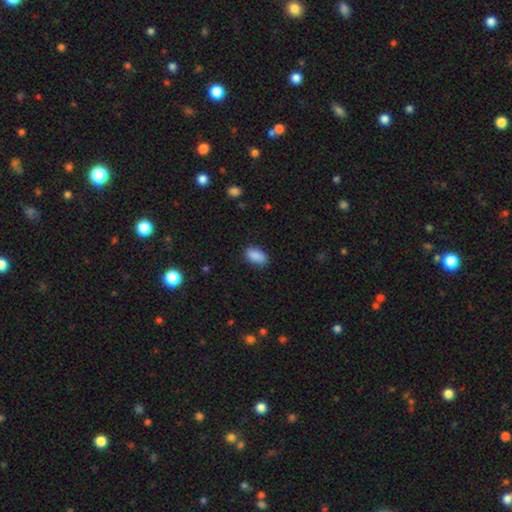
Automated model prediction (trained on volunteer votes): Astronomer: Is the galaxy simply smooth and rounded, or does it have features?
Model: smooth — 89%.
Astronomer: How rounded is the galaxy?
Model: in between — 92%.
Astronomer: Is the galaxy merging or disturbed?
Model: none — 83%.